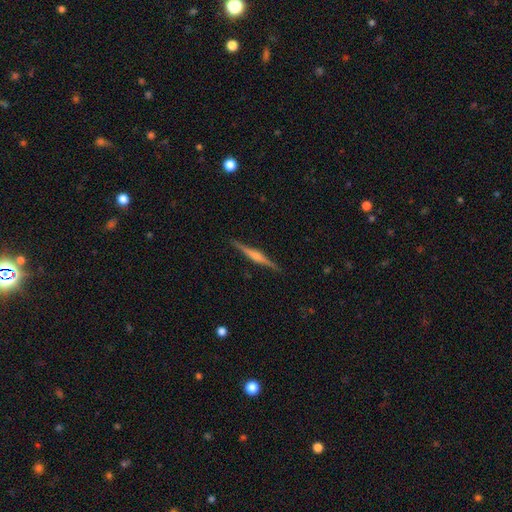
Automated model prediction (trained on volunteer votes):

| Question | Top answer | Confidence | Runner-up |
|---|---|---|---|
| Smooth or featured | featured or disk | 75% | smooth (19%) |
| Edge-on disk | yes | 98% | no (2%) |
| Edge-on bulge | rounded | 65% | boxy (24%) |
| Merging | none | 90% | minor disturbance (7%) |